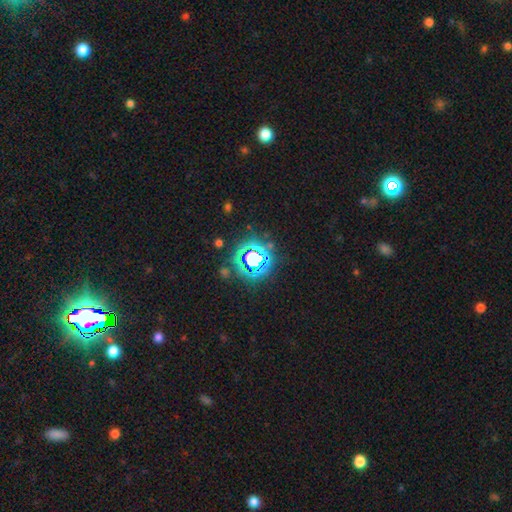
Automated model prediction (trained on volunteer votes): Overall: star or artifact (73%).